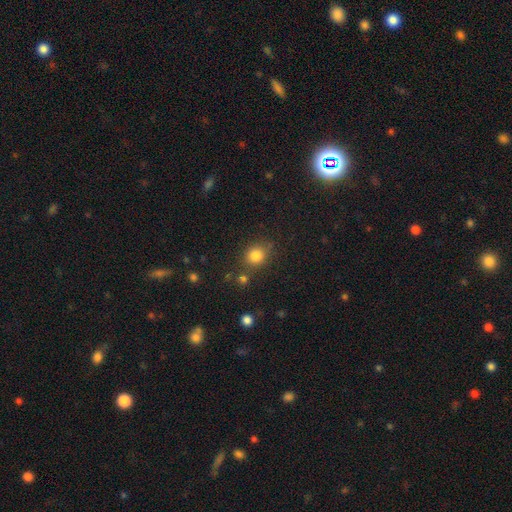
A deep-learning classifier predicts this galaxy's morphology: Overall: smooth (82%). How rounded: round (71%). Merging: none (75%).